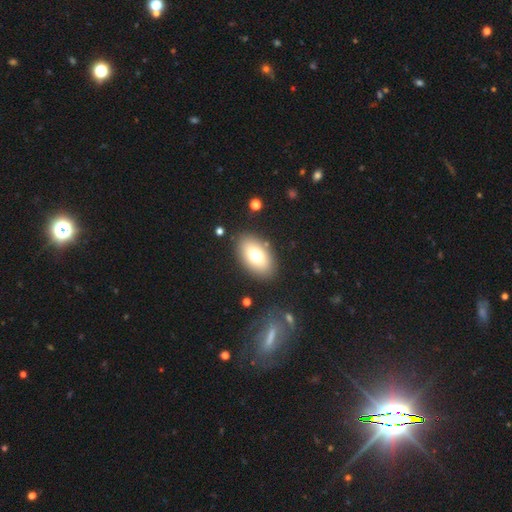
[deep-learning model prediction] smooth_or_featured: smooth (p=0.73) [alt: featured or disk p=0.18]
how_rounded: in between (p=0.90) [alt: round p=0.08]
merging: none (p=0.86) [alt: minor disturbance p=0.09]